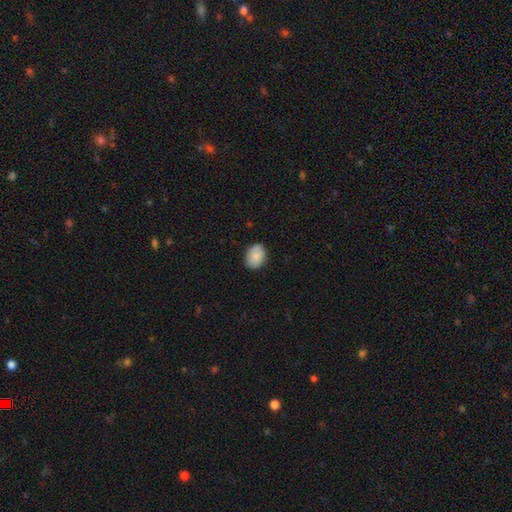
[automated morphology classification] This is clearly a smooth galaxy (85%). How rounded: likely in between (64%). Merging: clearly none (86%).